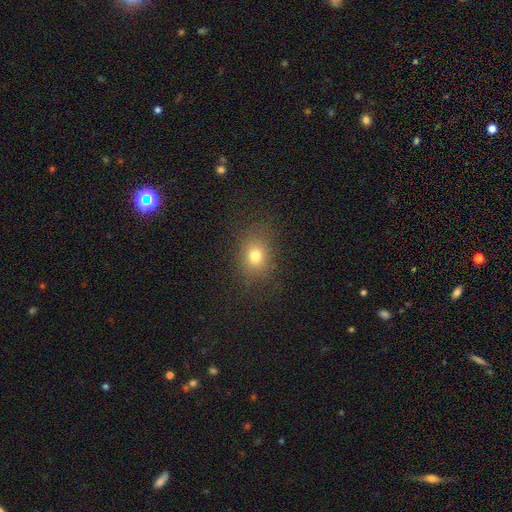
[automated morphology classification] The model was most divided on "how rounded": round: 53%, in between: 45%, cigar-shaped: 1%. More confident: merging — none (82%); smooth or featured — smooth (75%).